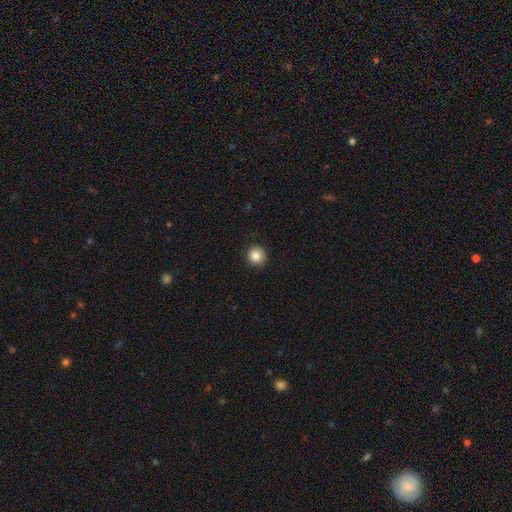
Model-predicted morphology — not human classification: Overall: smooth (86%). How rounded: round (93%). Merging: none (91%).